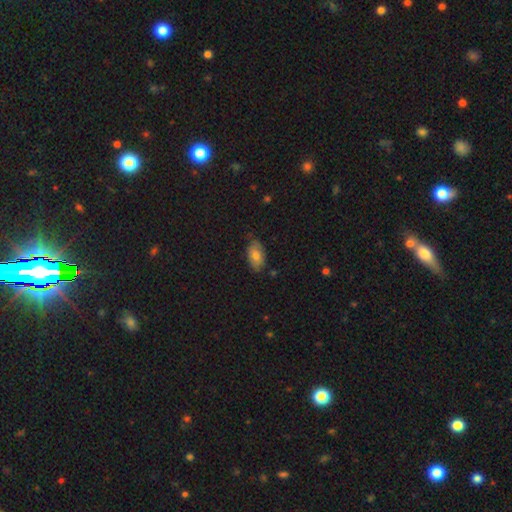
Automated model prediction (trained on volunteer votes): Overall: smooth (73%). How rounded: in between (92%). Merging: none (74%).